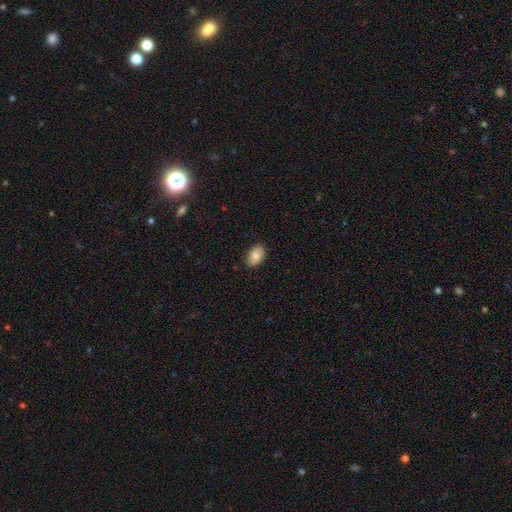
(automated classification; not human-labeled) Morphology: type=smooth (81%); roundness=in between (88%); merging=none (86%).